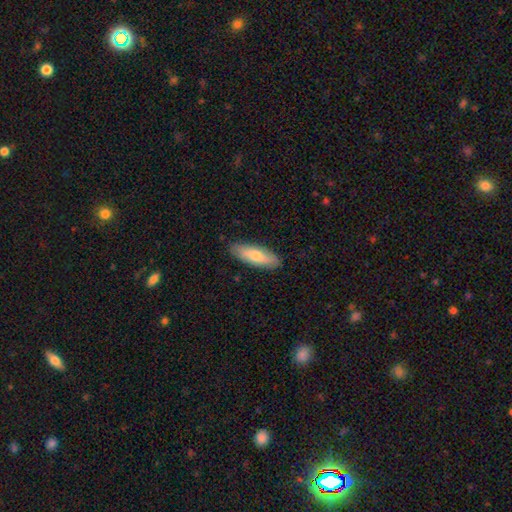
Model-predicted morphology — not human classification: A smooth galaxy with no disk features (75%) that is in between round and cigar-shaped (53%).

Vote fractions:
- Smooth or featured? smooth: 75% / featured or disk: 19% / star or artifact: 5%
- How rounded? in between: 53% / cigar-shaped: 45% / round: 2%
- Merging? none: 86% / minor disturbance: 11% / major disturbance: 2% / merger: 1%